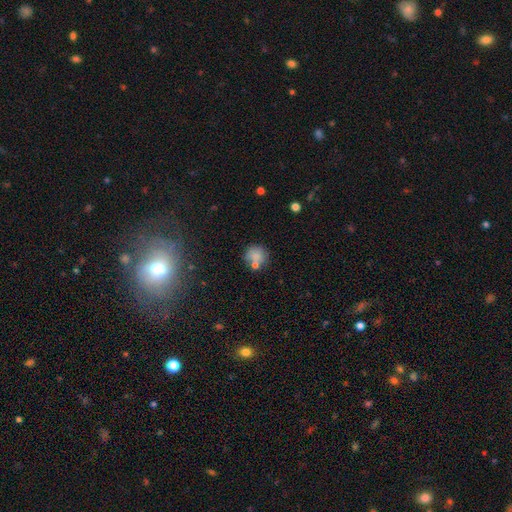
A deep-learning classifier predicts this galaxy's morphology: Smooth or featured?
  - smooth: 77% *
  - star or artifact: 12%
  - featured or disk: 11%
How rounded?
  - round: 87% *
  - in between: 12%
  - cigar-shaped: 1%
Merging?
  - none: 62% *
  - merger: 17%
  - minor disturbance: 15%
  - major disturbance: 6%